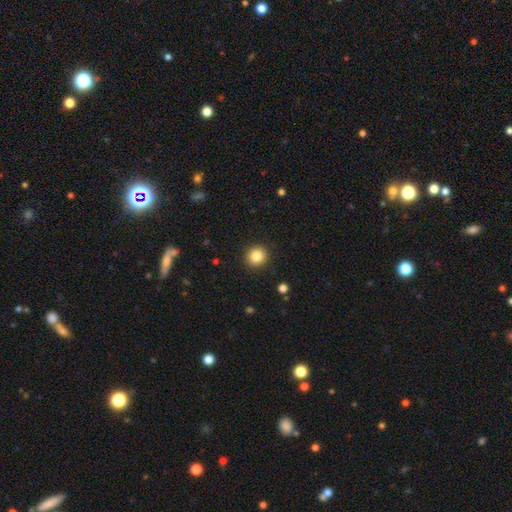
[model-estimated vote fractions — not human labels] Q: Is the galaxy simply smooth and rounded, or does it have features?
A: smooth — 85%.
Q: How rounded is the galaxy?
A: round — 91%.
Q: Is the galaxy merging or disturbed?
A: none — 92%.